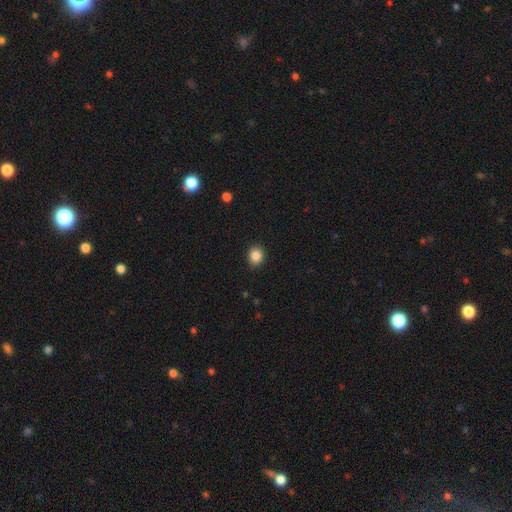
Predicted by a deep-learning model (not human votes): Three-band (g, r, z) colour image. It shows a smooth galaxy with no disk features (87%) that is round (73%). Merging: none (90%).